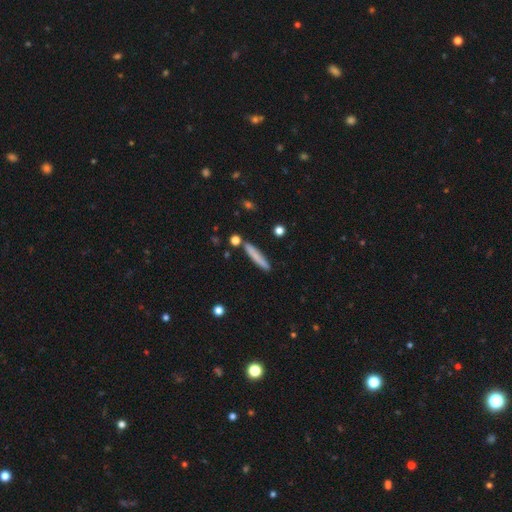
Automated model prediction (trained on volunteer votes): smooth_or_featured: smooth (p=0.73) [alt: featured or disk p=0.20]
how_rounded: cigar-shaped (p=0.93) [alt: in between p=0.06]
merging: none (p=0.83) [alt: minor disturbance p=0.11]